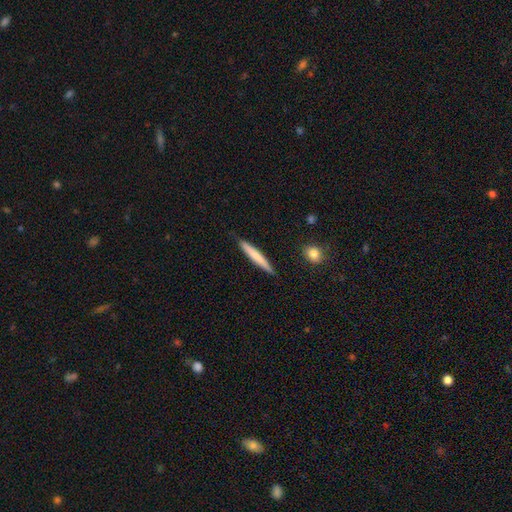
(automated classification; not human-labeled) Smooth or featured: smooth — 71% (featured or disk — 24%)
How rounded: cigar-shaped — 95% (in between — 4%)
Merging: none — 88% (minor disturbance — 9%)